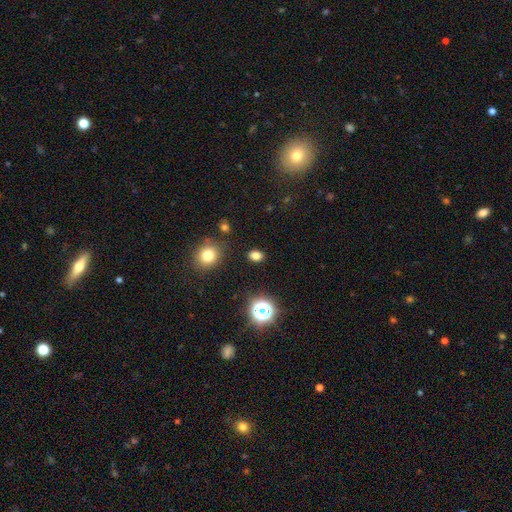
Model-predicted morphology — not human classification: Q: Smooth or featured?
A: smooth (76%); runner-up: star or artifact (19%)
Q: How rounded?
A: in between (63%); runner-up: round (35%)
Q: Merging?
A: none (87%); runner-up: minor disturbance (8%)